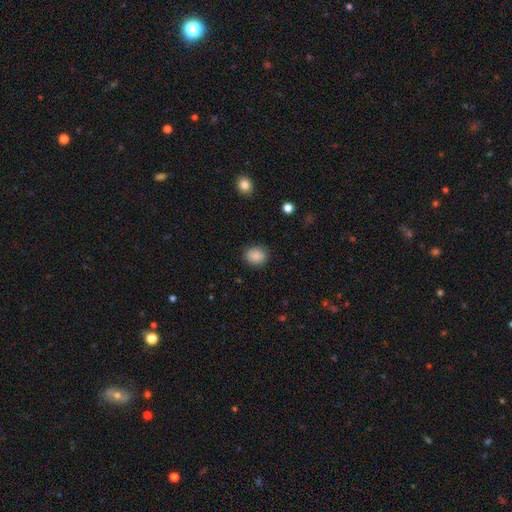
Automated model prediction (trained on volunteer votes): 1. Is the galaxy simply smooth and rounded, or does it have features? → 88% smooth, 9% star or artifact, 3% featured or disk.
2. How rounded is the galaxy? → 64% round, 35% in between, 1% cigar-shaped.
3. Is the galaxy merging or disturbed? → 86% none, 10% minor disturbance, 3% major disturbance, 1% merger.